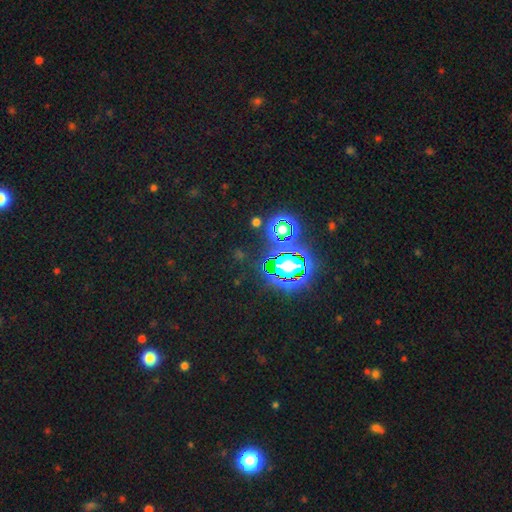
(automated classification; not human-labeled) Smooth or featured? Predicted: star or artifact (p=0.82).